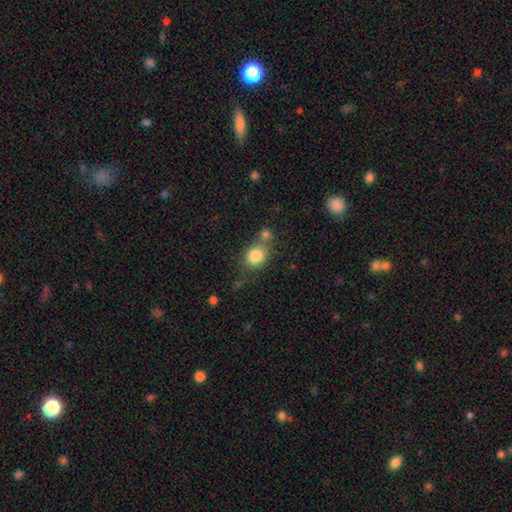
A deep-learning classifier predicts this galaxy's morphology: A smooth galaxy with no disk features (83%) that is round (68%). Merging: none (55%).